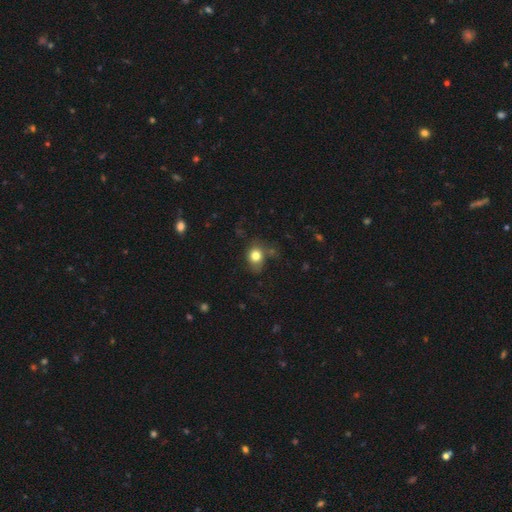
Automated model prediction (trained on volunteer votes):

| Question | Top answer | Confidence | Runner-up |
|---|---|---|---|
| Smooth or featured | smooth | 79% | star or artifact (11%) |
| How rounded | round | 59% | in between (40%) |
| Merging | none | 62% | minor disturbance (24%) |